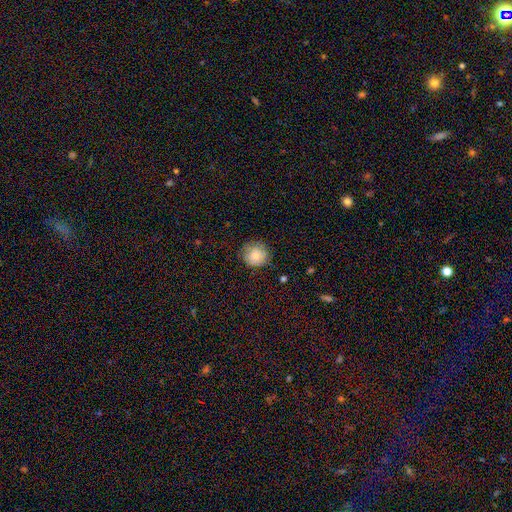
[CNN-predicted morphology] This appears to be a smooth galaxy with no disk features (82%) that is round (91%). Merging: none (78%).